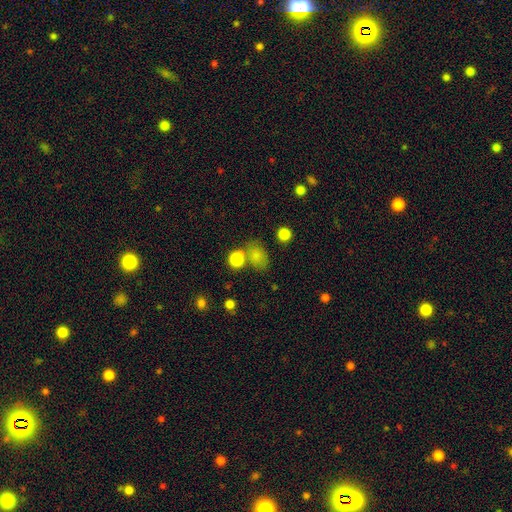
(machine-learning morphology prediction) A smooth galaxy with no disk features (78%) that is in between round and cigar-shaped (52%). Merging: none (57%).